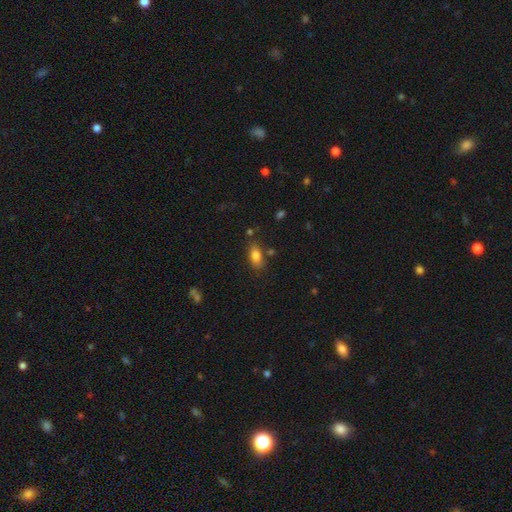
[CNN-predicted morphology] Overall: smooth (82%). How rounded: in between (86%). Merging: none (74%).